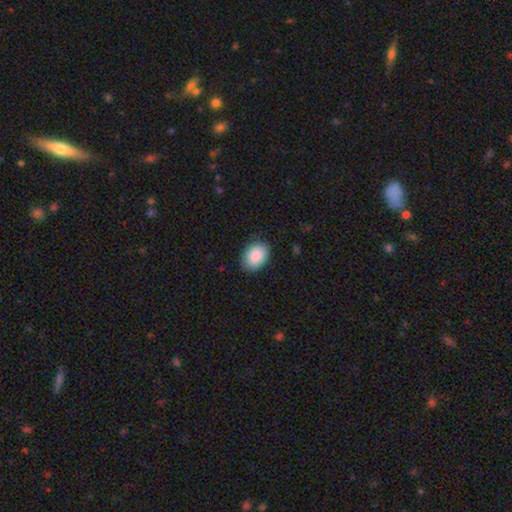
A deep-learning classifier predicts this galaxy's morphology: Smooth or featured: smooth — 89% (star or artifact — 6%)
How rounded: in between — 81% (round — 19%)
Merging: none — 85% (minor disturbance — 11%)